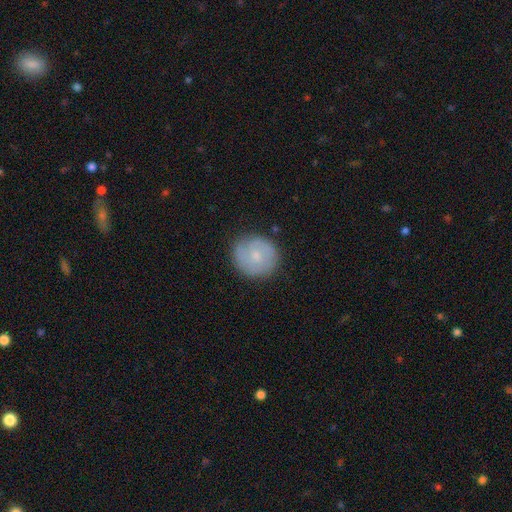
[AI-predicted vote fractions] Smooth or featured? smooth (60%)
How rounded? round (91%)
Merging? none (82%)